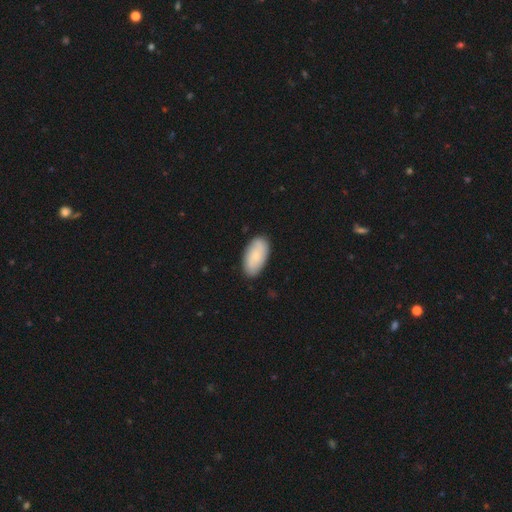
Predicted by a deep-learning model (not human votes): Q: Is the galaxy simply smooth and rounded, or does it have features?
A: smooth — 72%.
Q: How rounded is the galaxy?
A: in between — 94%.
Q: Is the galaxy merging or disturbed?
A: none — 85%.